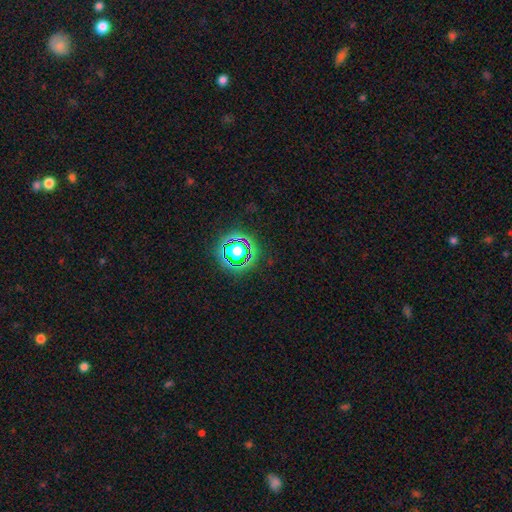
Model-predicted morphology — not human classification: Smooth or featured? star or artifact (77%)